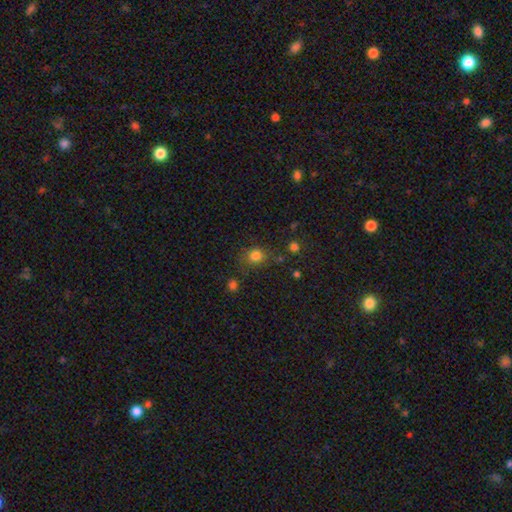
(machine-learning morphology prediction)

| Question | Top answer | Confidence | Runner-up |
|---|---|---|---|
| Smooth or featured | smooth | 79% | star or artifact (14%) |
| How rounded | round | 72% | in between (27%) |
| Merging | none | 70% | minor disturbance (17%) |